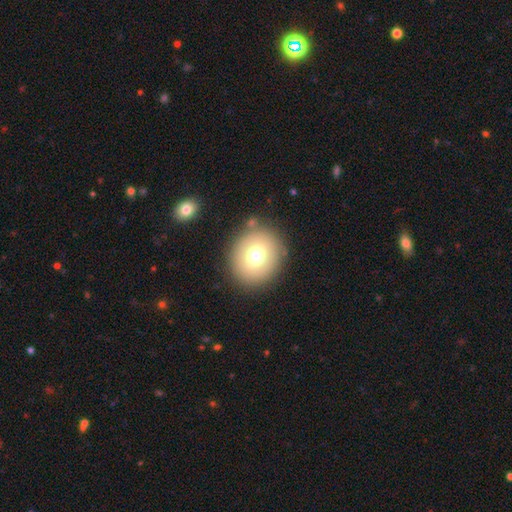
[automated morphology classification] type=smooth (70%); roundness=round (81%); merging=none (85%).